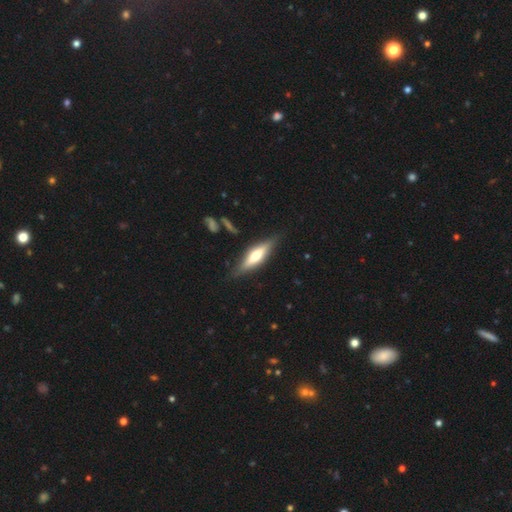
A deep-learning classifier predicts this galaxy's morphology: type=featured or disk (55%); edge-on=yes (91%); merging=none (82%).